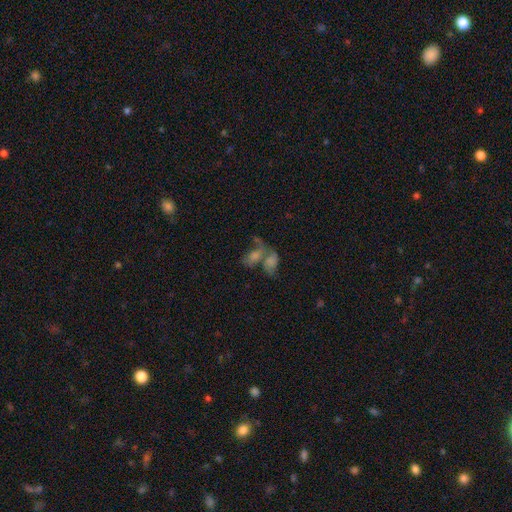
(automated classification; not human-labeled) Smooth or featured: featured or disk — 42% (smooth — 37%)
Merging: merger — 57% (none — 22%)